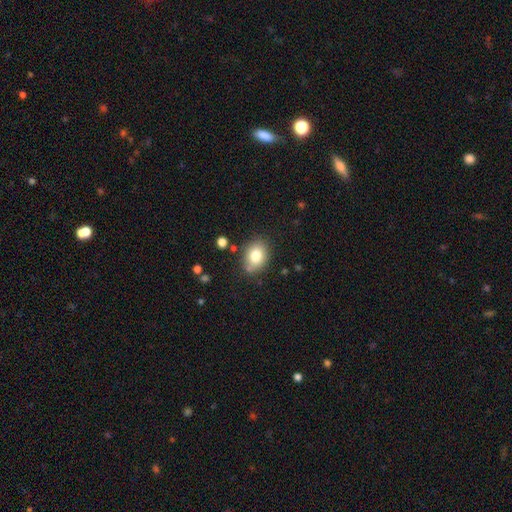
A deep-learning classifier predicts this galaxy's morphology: A smooth galaxy with no disk features (79%) that is in between round and cigar-shaped (66%).

Vote fractions:
- Smooth or featured? smooth: 79% / featured or disk: 12% / star or artifact: 9%
- How rounded? in between: 66% / round: 33% / cigar-shaped: 1%
- Merging? none: 77% / minor disturbance: 15% / merger: 4% / major disturbance: 4%